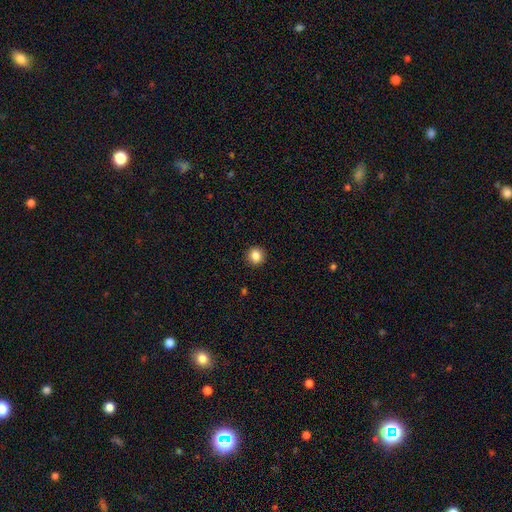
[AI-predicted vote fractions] This is clearly a smooth galaxy (85%). How rounded: clearly round (92%). Merging: clearly none (93%).